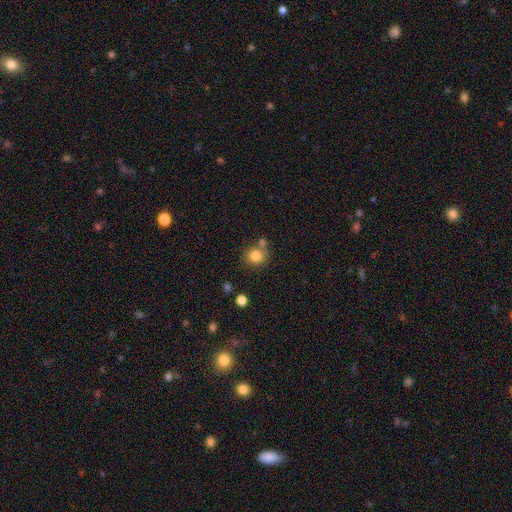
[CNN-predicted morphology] Smooth or featured? smooth (83%)
How rounded? round (86%)
Merging? none (62%)